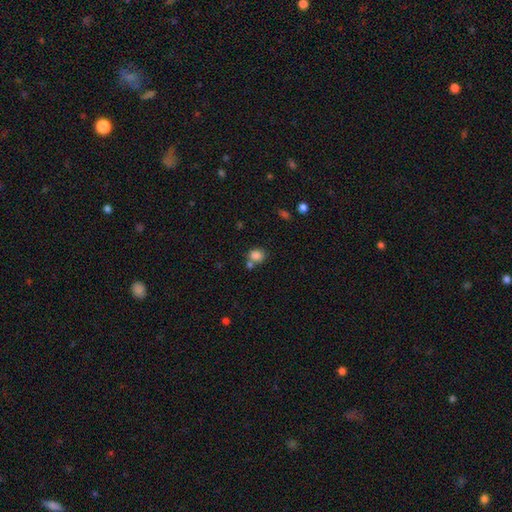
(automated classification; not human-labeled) Smooth or featured: smooth — 84% (star or artifact — 10%)
How rounded: round — 65% (in between — 34%)
Merging: none — 56% (merger — 28%)